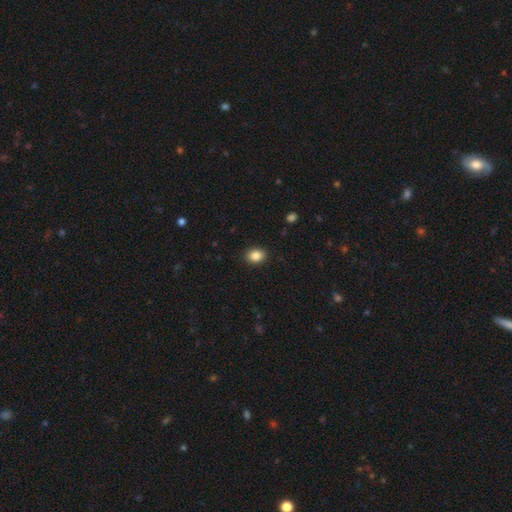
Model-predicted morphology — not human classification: Smooth or featured? smooth (86%)
How rounded? in between (58%)
Merging? none (90%)